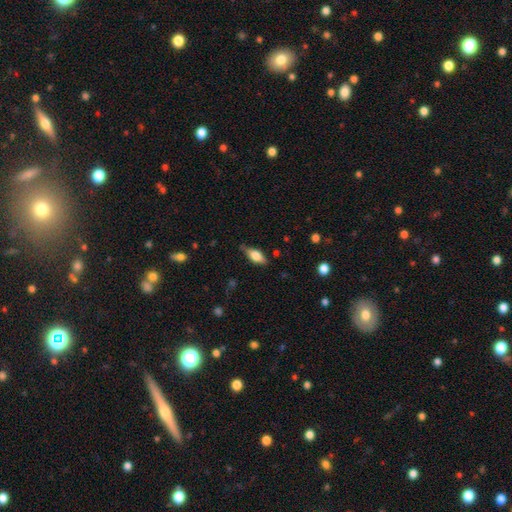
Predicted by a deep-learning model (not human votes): Smooth or featured? smooth (64%)
How rounded? in between (79%)
Merging? none (77%)